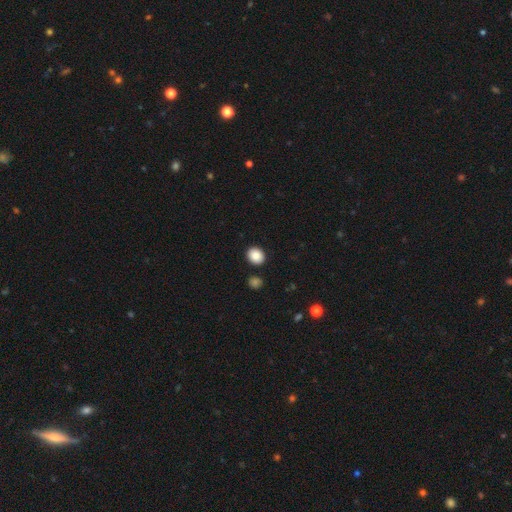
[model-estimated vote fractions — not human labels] Smooth or featured? smooth (88%)
How rounded? round (57%)
Merging? none (88%)